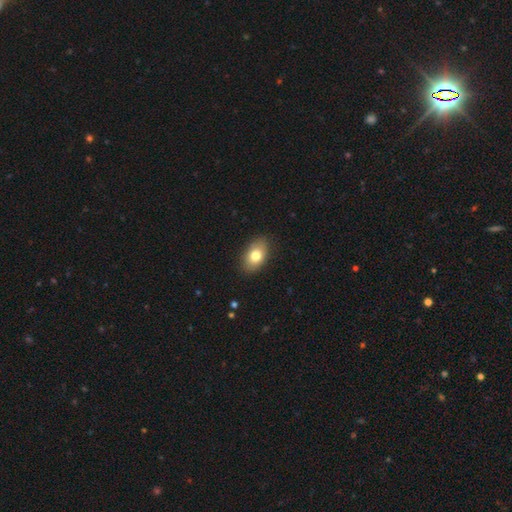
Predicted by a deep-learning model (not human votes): Smooth or featured? Predicted: smooth (p=0.77). How rounded? Predicted: in between (p=0.88). Merging? Predicted: none (p=0.87).